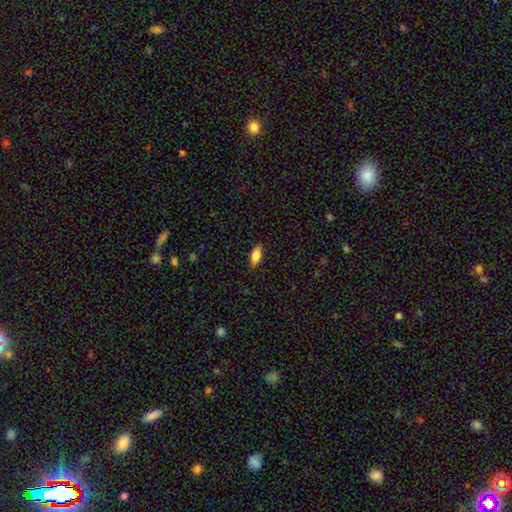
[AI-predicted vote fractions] This is clearly a smooth galaxy (81%). How rounded: clearly in between (87%). Merging: clearly none (85%).